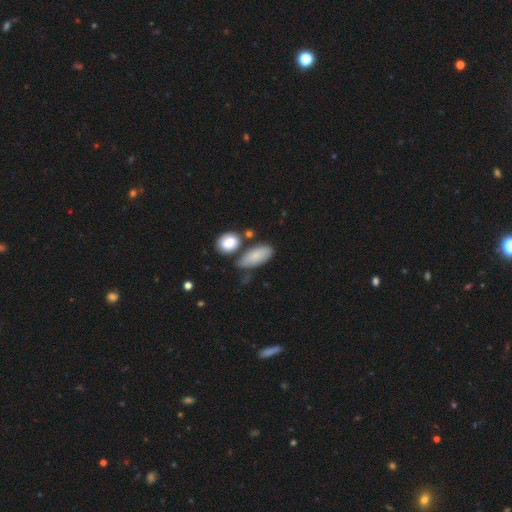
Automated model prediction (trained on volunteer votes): This is clearly a smooth galaxy (81%). How rounded: clearly in between (86%). Merging: possibly none (58%).